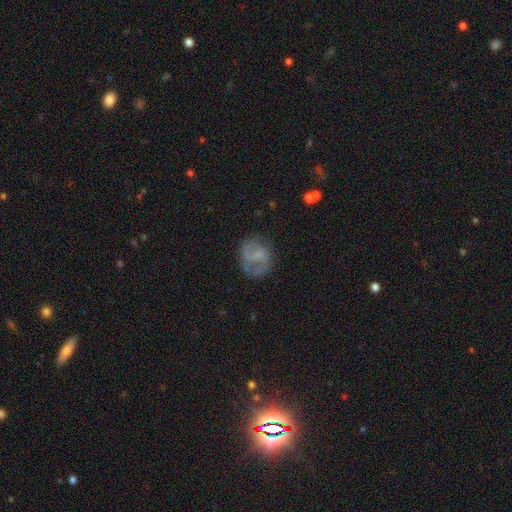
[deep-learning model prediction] A featured or disk galaxy (58%) with a weak bar (43%), spiral arms (74%) and no central bulge (53%). Merging: none (61%).